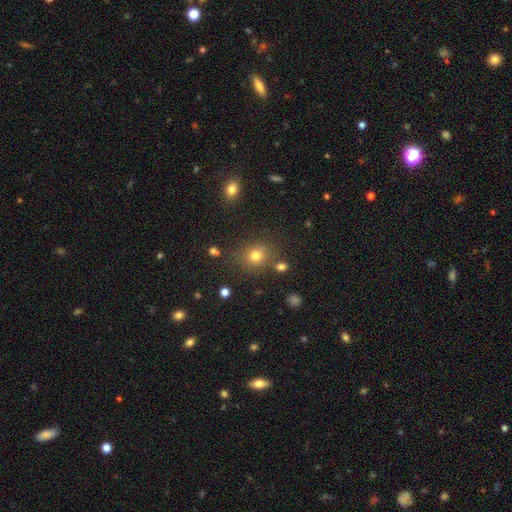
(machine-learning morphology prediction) A smooth galaxy with no disk features (76%) that is round (84%). Merging: none (78%).